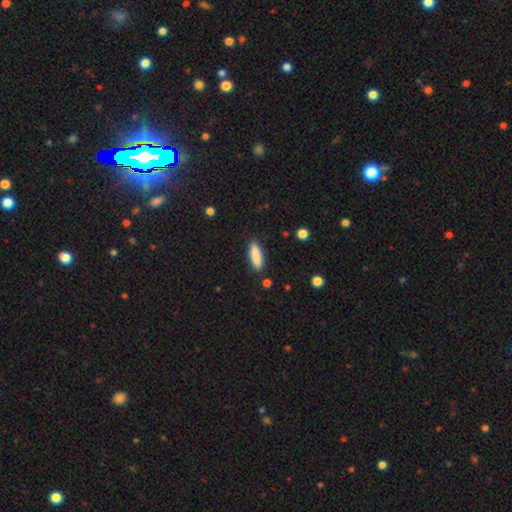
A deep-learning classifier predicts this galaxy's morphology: This appears to be a smooth galaxy with no disk features (86%) that is cigar-shaped (58%). Merging: none (85%).